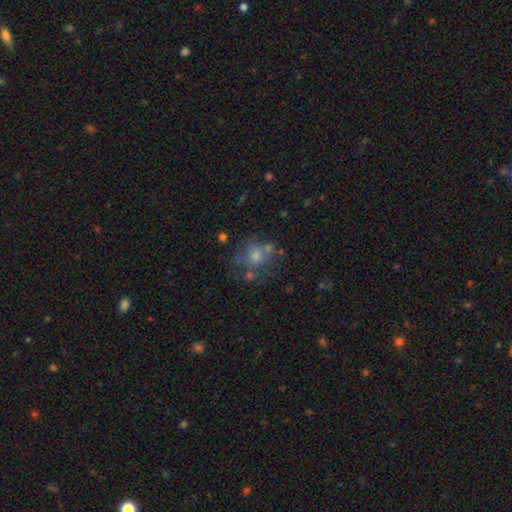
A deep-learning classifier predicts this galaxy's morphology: Smooth or featured? smooth (53%)
How rounded? round (78%)
Merging? none (55%)